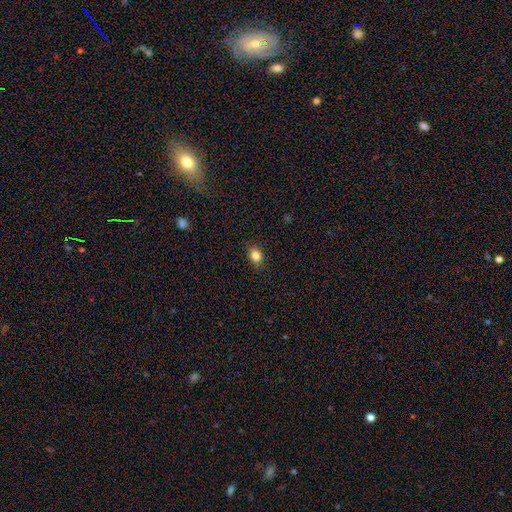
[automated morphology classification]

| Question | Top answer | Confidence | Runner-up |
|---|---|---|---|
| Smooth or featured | smooth | 83% | star or artifact (10%) |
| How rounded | in between | 64% | round (34%) |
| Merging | none | 85% | minor disturbance (11%) |